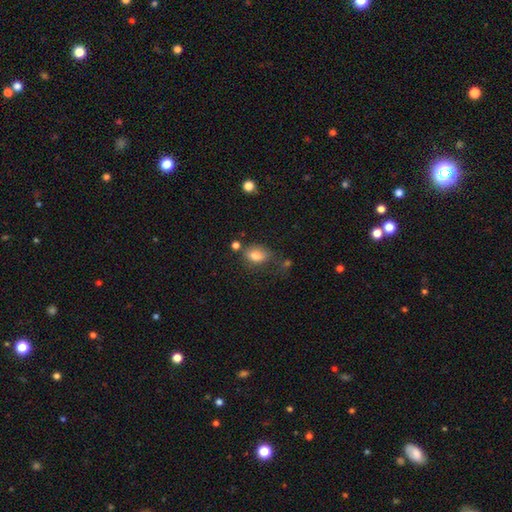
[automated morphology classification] Smooth or featured? Predicted: smooth (p=0.80). How rounded? Predicted: in between (p=0.80). Merging? Predicted: none (p=0.49).